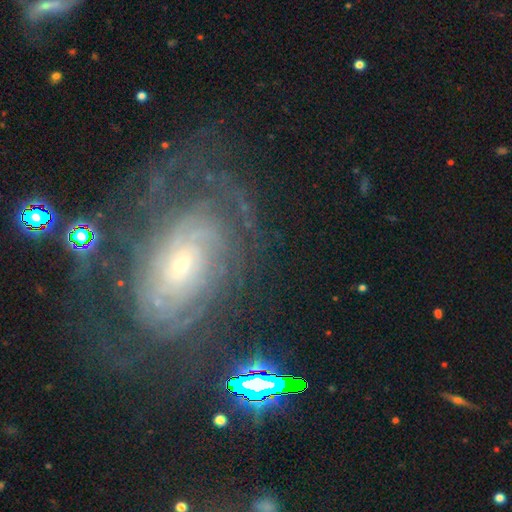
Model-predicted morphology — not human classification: Smooth or featured?
  - featured or disk: 79% *
  - star or artifact: 11%
  - smooth: 10%
Edge-on disk?
  - no: 95% *
  - yes: 5%
Bar?
  - no: 74% *
  - weak: 19%
  - strong: 7%
Spiral arms?
  - yes: 92% *
  - no: 8%
Spiral winding?
  - tight: 73% *
  - medium: 20%
  - loose: 7%
Spiral arm count?
  - can't tell: 50% *
  - 2: 15%
  - more than 4: 11%
  - 4: 10%
  - 3: 9%
  - 1: 6%
Bulge size?
  - small: 79% *
  - moderate: 16%
  - large: 2%
  - none: 2%
  - dominant: 1%
Merging?
  - none: 65% *
  - minor disturbance: 17%
  - major disturbance: 15%
  - merger: 3%